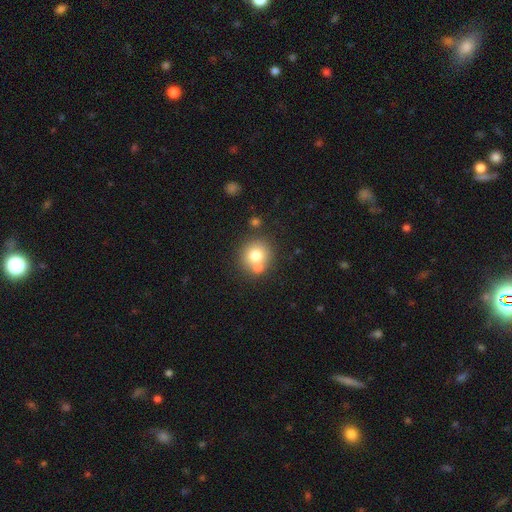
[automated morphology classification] This appears to be a smooth galaxy with no disk features (73%) that is round (88%). Merging: none (60%).